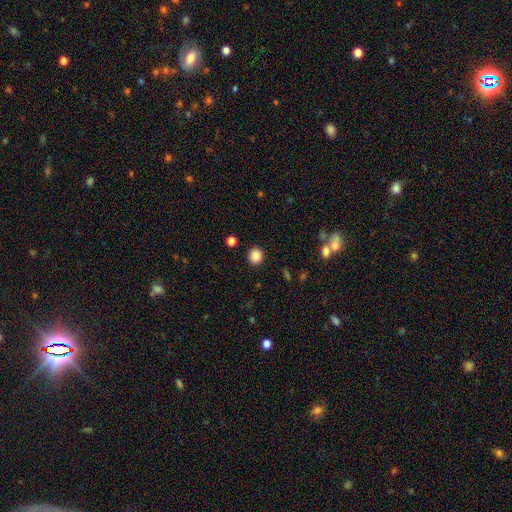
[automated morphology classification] Overall: smooth (87%). How rounded: round (87%). Merging: none (90%).